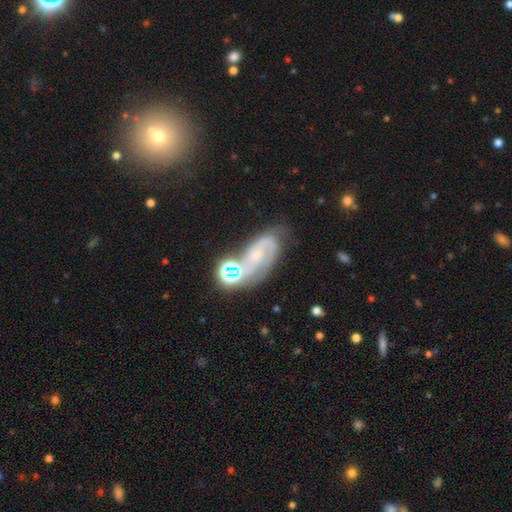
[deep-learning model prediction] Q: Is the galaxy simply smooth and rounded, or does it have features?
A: featured or disk — 72%.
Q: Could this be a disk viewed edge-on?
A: no — 94%.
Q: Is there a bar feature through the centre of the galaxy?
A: no — 55%.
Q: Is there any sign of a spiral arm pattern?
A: yes — 90%.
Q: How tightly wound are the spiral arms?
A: medium — 45%.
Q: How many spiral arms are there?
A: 2 — 70%.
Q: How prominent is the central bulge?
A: small — 65%.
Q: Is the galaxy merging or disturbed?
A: none — 46%.